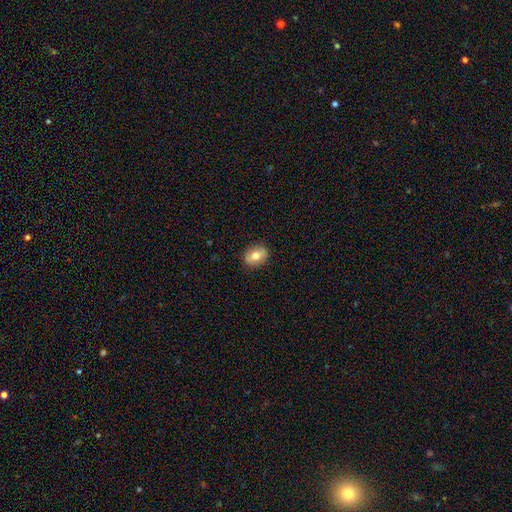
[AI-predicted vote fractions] The model was most divided on "how rounded": in between: 55%, round: 43%, cigar-shaped: 2%. More confident: merging — none (87%); smooth or featured — smooth (65%).